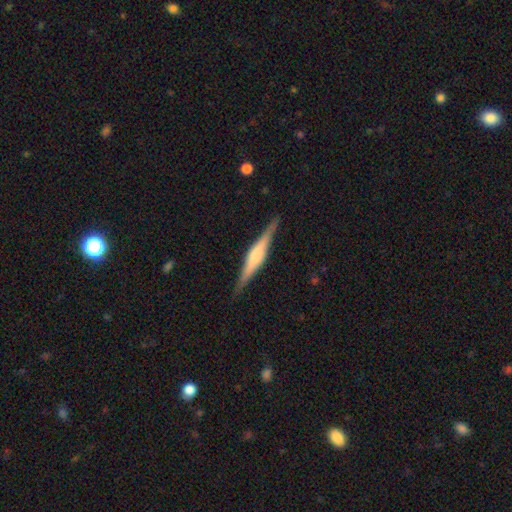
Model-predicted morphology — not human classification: Smooth or featured? Predicted: featured or disk (p=0.71). Edge-on disk? Predicted: yes (p=0.98). Edge-on bulge? Predicted: rounded (p=0.58). Merging? Predicted: none (p=0.88).